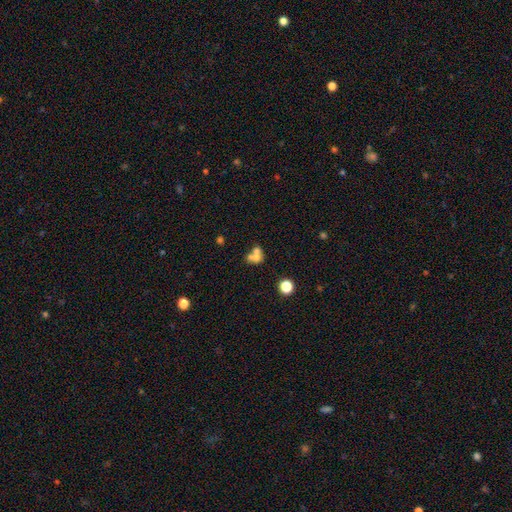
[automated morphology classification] smooth_or_featured: smooth (p=0.59) [alt: featured or disk p=0.26]
how_rounded: round (p=0.69) [alt: in between p=0.29]
merging: merger (p=0.59) [alt: none p=0.30]